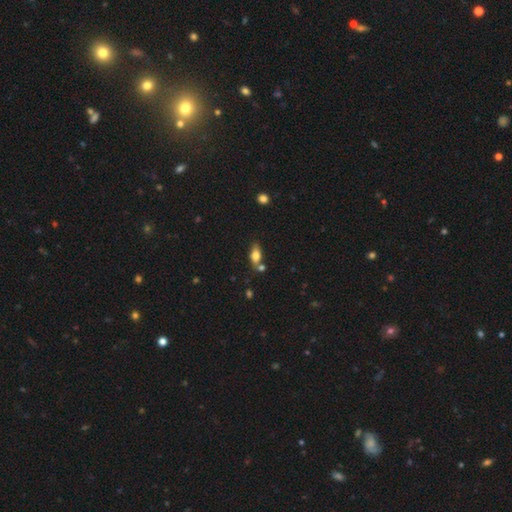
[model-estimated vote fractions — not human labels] Overall: smooth (72%). How rounded: in between (82%). Merging: none (63%).